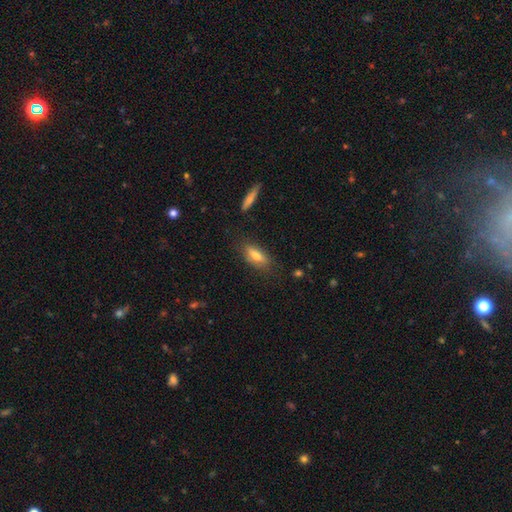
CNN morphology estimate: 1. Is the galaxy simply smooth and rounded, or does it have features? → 68% smooth, 24% featured or disk, 8% star or artifact.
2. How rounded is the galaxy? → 63% in between, 33% cigar-shaped, 3% round.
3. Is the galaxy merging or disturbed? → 79% none, 15% minor disturbance, 4% major disturbance, 2% merger.